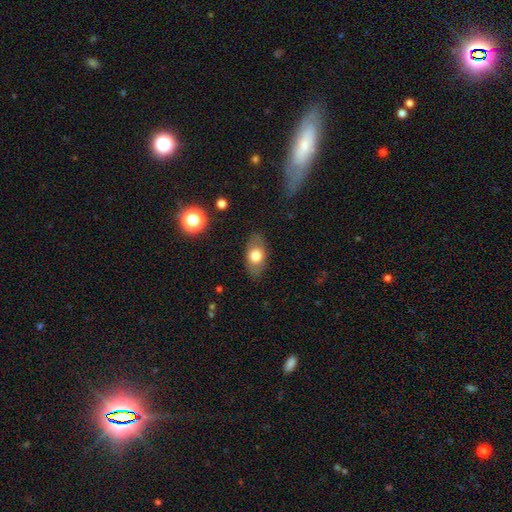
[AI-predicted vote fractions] smooth 71%, featured or disk 21%, star or artifact 8%. Down the decision tree: how rounded — in between (86%); merging — none (83%).